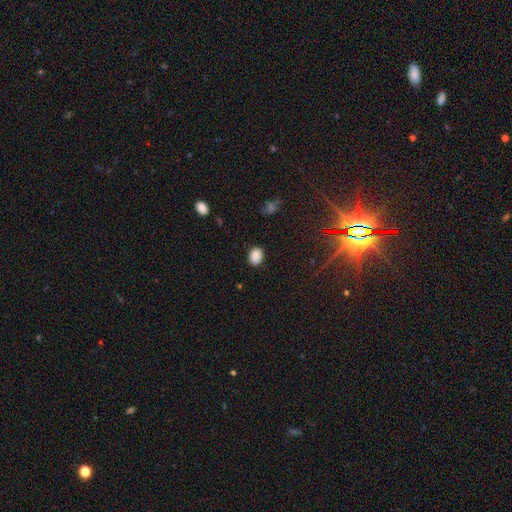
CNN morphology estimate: Smooth or featured? smooth (85%)
How rounded? in between (65%)
Merging? none (83%)